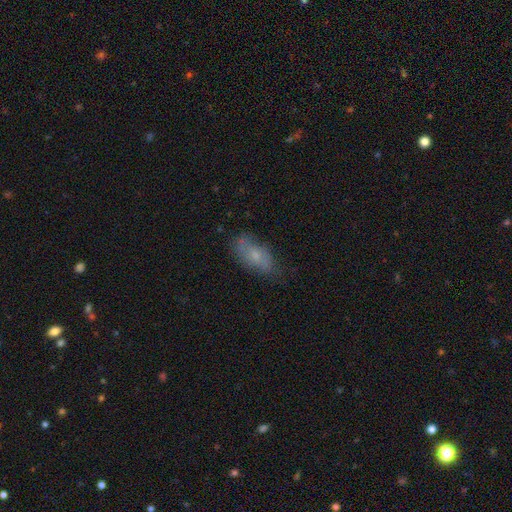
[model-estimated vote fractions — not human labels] The model was most divided on "smooth or featured": smooth: 64%, featured or disk: 28%, star or artifact: 8%. More confident: how rounded — in between (86%); merging — none (64%).